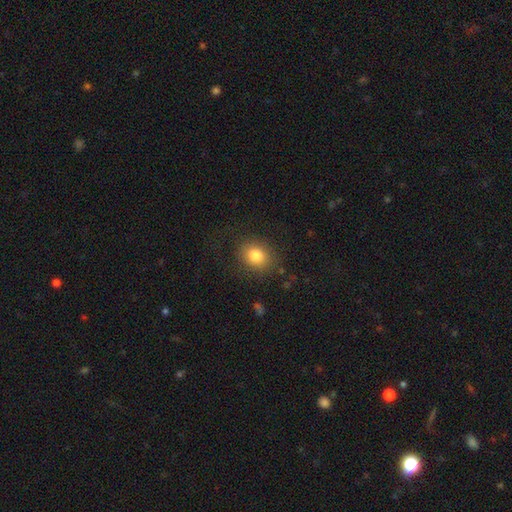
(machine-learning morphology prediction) smooth 81%, star or artifact 10%, featured or disk 9%. Down the decision tree: how rounded — round (54%); merging — none (81%).